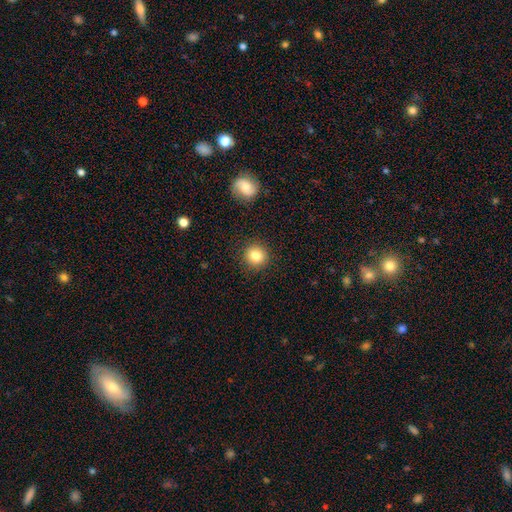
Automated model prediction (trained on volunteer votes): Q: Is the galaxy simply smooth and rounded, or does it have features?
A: smooth — 83%.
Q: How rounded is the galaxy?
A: round — 92%.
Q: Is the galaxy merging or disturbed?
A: none — 90%.